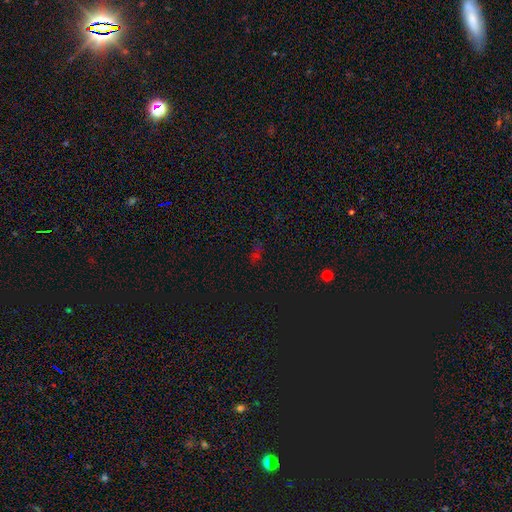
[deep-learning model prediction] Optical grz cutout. It shows a star or artifact, not a galaxy (57%).